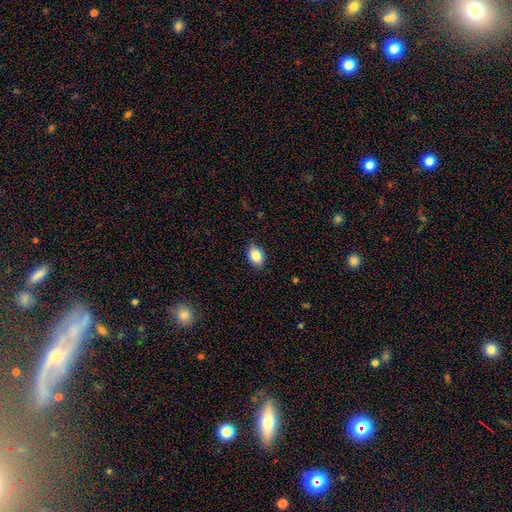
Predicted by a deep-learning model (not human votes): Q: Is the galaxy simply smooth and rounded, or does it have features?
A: smooth — 86%.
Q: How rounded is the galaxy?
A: in between — 85%.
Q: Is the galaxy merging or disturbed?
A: none — 87%.